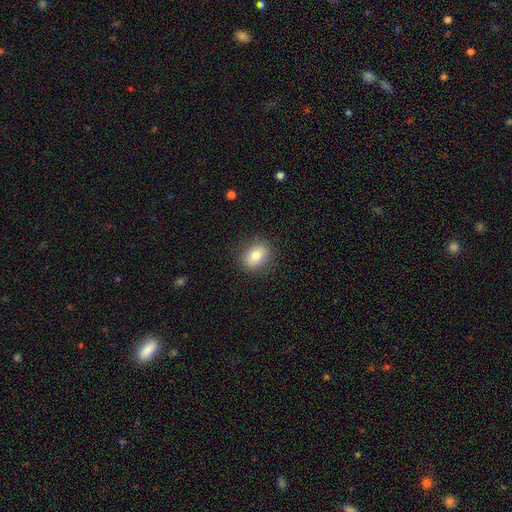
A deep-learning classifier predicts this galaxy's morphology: This appears to be a smooth galaxy with no disk features (79%) that is in between round and cigar-shaped (53%). Merging: none (87%).